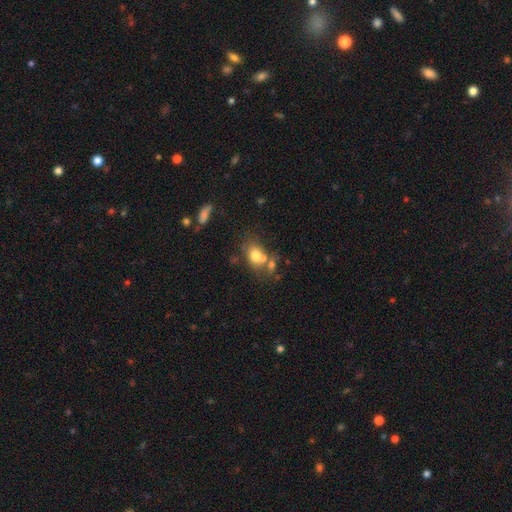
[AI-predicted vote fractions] The model was most divided on "merging": none: 42%, merger: 39%, minor disturbance: 13%, major disturbance: 7%. More confident: smooth or featured — smooth (70%); how rounded — in between (51%).